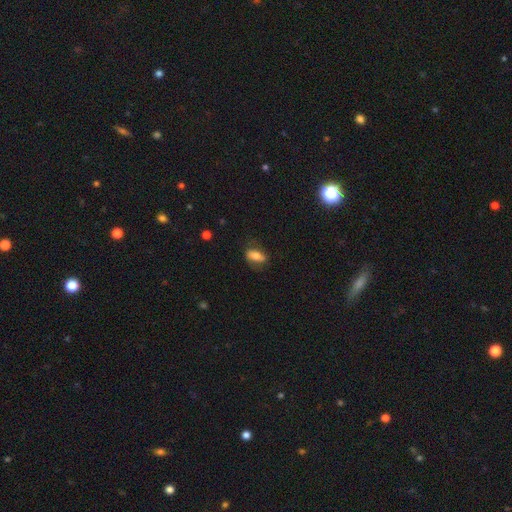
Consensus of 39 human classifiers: Smooth or featured: smooth — 69% (featured or disk — 23%)
How rounded: in between — 93% (round — 4%)
Merging: none — 47% (minor disturbance — 28%)